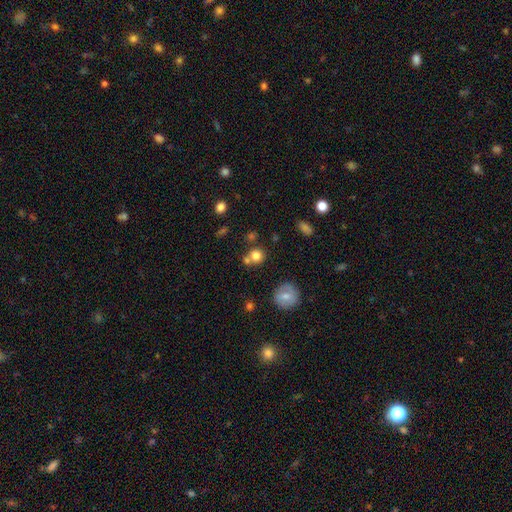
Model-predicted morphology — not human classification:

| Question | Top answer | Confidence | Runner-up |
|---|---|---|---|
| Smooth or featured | smooth | 78% | star or artifact (12%) |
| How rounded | round | 87% | in between (12%) |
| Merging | none | 58% | merger (29%) |